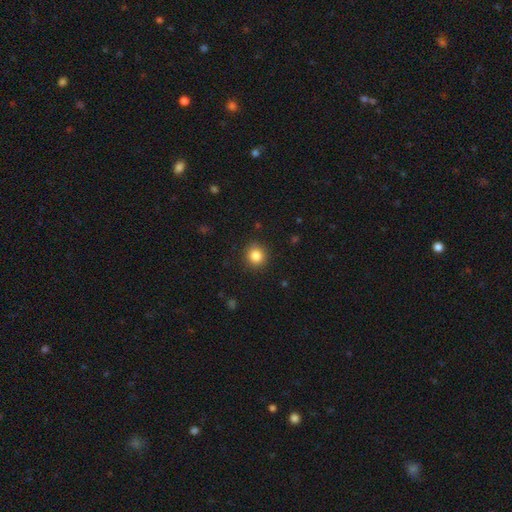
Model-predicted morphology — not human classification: Smooth or featured: smooth — 85% (star or artifact — 10%)
How rounded: round — 89% (in between — 10%)
Merging: none — 90% (minor disturbance — 7%)